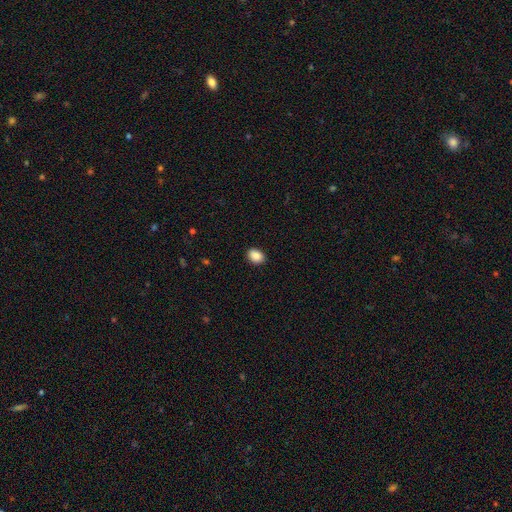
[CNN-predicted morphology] smooth-or-featured: smooth: 89% | star or artifact: 8% | featured or disk: 3%
  how-rounded: in between: 66% | round: 33% | cigar-shaped: 1%
  merging: none: 90% | minor disturbance: 8% | major disturbance: 2% | merger: 1%